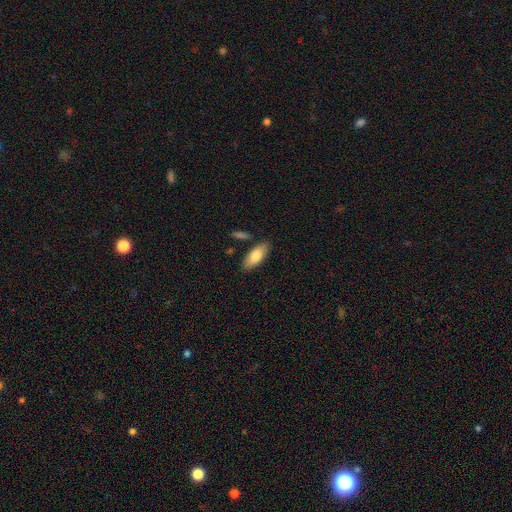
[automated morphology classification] type=smooth (80%); roundness=in between (82%); merging=none (82%).